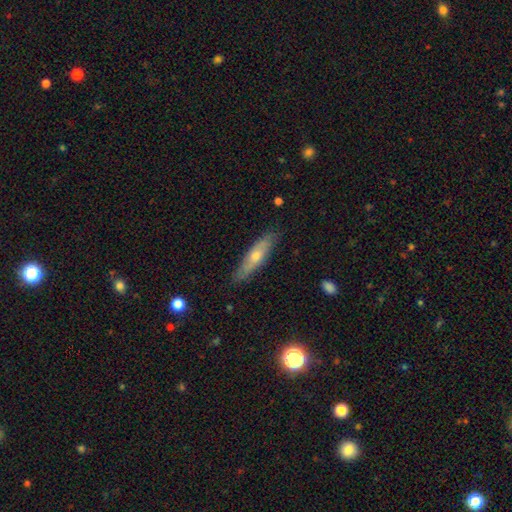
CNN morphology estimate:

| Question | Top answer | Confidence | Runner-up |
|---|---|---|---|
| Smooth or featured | smooth | 52% | featured or disk (41%) |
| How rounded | cigar-shaped | 73% | in between (25%) |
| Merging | none | 84% | minor disturbance (13%) |